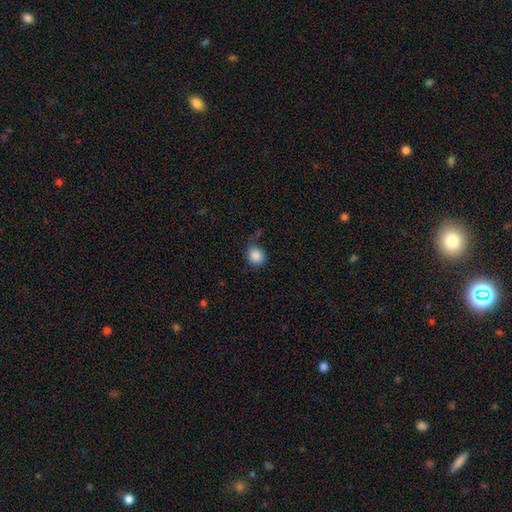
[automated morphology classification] This appears to be a smooth galaxy with no disk features (87%) that is round (78%). Merging: none (76%).